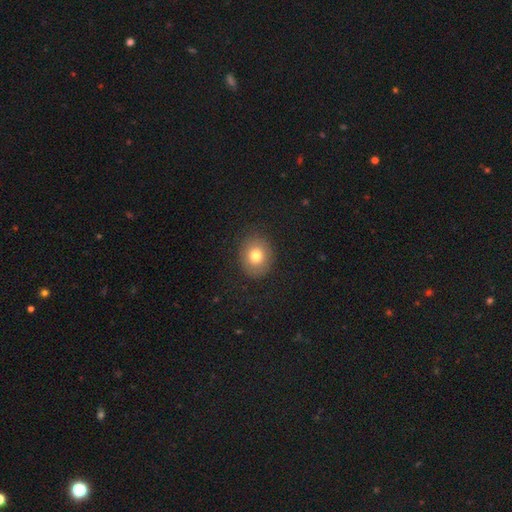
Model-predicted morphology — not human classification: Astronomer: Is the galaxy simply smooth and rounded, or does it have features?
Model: smooth — 77%.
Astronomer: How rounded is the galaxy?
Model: round — 68%.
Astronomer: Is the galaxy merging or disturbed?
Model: none — 86%.